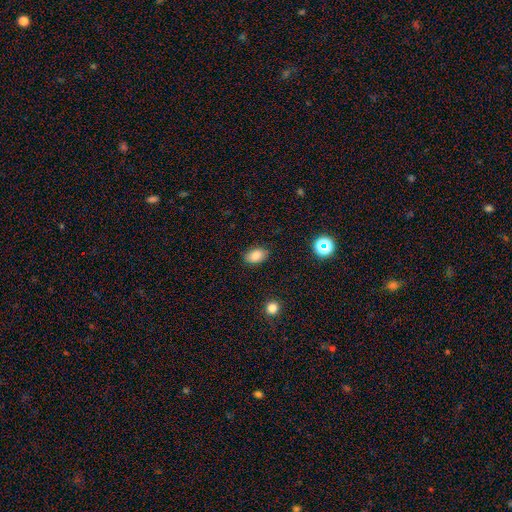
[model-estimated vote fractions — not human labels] Smooth or featured? smooth (83%)
How rounded? in between (86%)
Merging? none (85%)